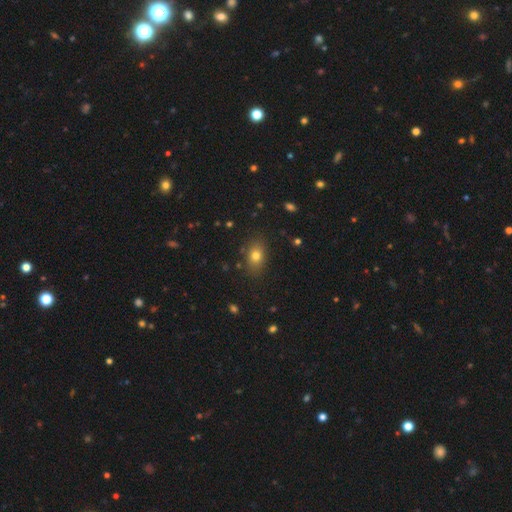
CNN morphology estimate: smooth-or-featured: smooth: 77% | star or artifact: 12% | featured or disk: 11%
  how-rounded: in between: 73% | round: 25% | cigar-shaped: 2%
  merging: none: 83% | minor disturbance: 11% | major disturbance: 3% | merger: 2%